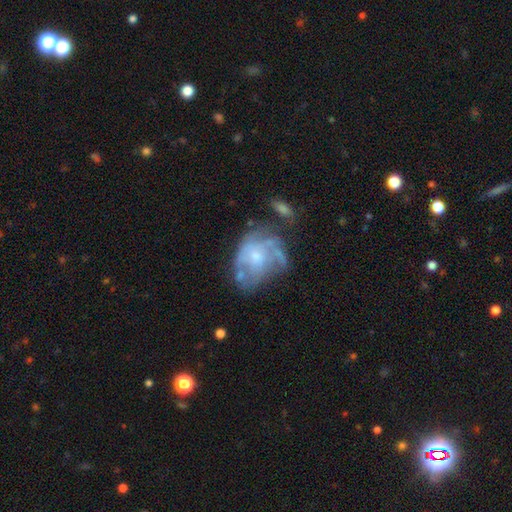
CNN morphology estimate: Smooth or featured? Predicted: featured or disk (p=0.70). Edge-on disk? Predicted: no (p=0.97). Bar? Predicted: no (p=0.79). Spiral arms? Predicted: yes (p=0.63). Bulge size? Predicted: small (p=0.59). Merging? Predicted: none (p=0.37).